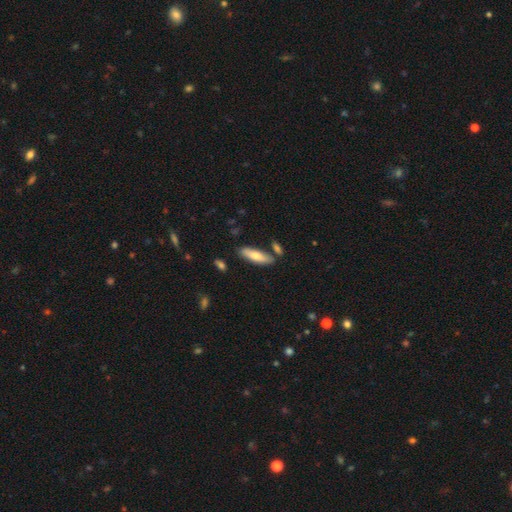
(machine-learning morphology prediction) This appears to be a smooth galaxy with no disk features (74%) that is cigar-shaped (51%). Merging: none (77%).